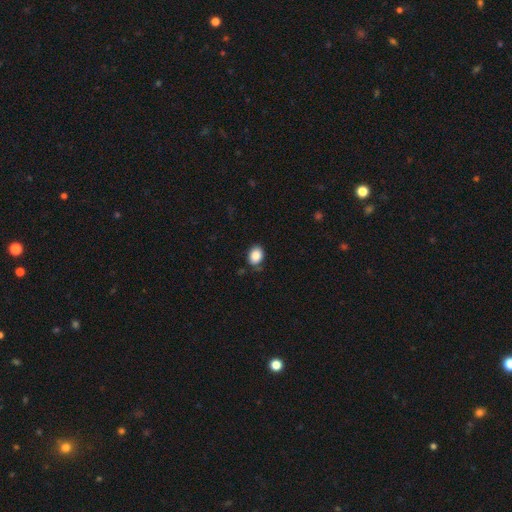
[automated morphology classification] smooth_or_featured: smooth (p=0.86) [alt: star or artifact p=0.08]
how_rounded: in between (p=0.64) [alt: round p=0.36]
merging: none (p=0.79) [alt: minor disturbance p=0.16]